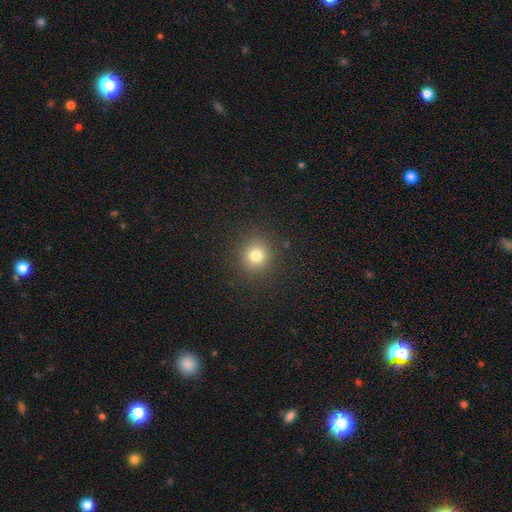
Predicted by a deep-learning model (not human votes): smooth-or-featured: smooth: 78% | star or artifact: 15% | featured or disk: 7%
  how-rounded: round: 89% | in between: 11% | cigar-shaped: 1%
  merging: none: 89% | minor disturbance: 7% | major disturbance: 3% | merger: 1%